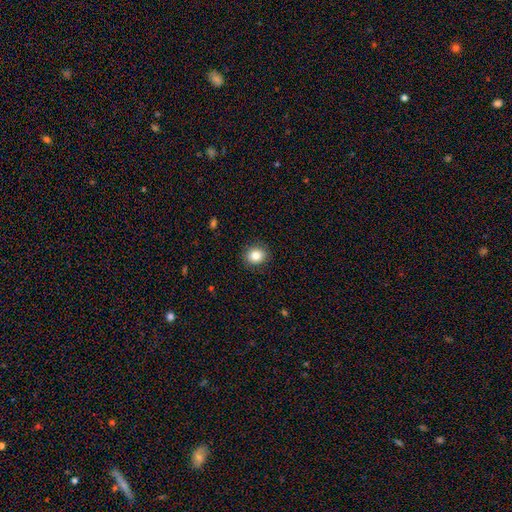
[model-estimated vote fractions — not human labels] Overall: smooth (83%). How rounded: round (78%). Merging: none (90%).